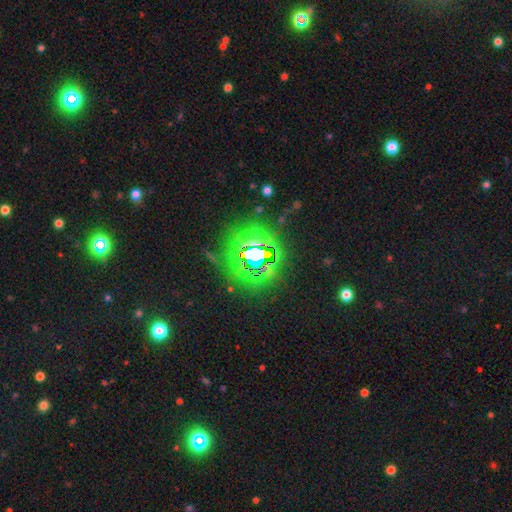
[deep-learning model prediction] Overall: star or artifact (80%).